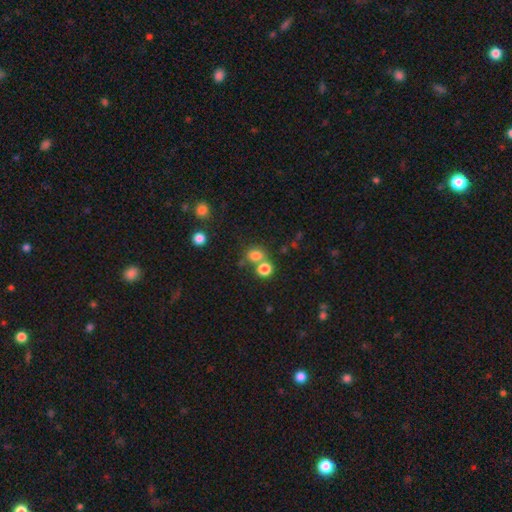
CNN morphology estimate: Smooth or featured? smooth (77%)
How rounded? round (66%)
Merging? none (52%)